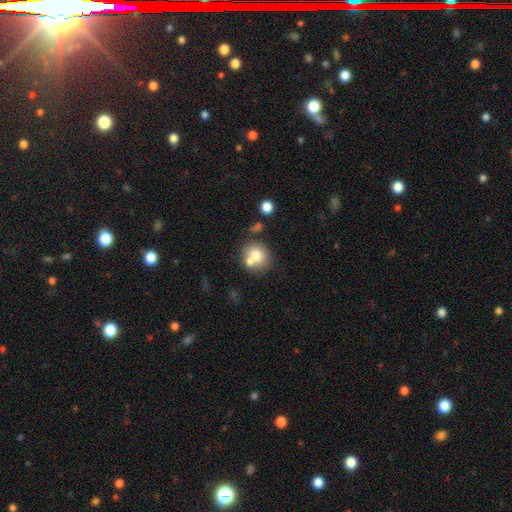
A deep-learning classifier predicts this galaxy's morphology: Q: Smooth or featured?
A: smooth (72%); runner-up: featured or disk (18%)
Q: How rounded?
A: round (84%); runner-up: in between (15%)
Q: Merging?
A: none (57%); runner-up: merger (30%)